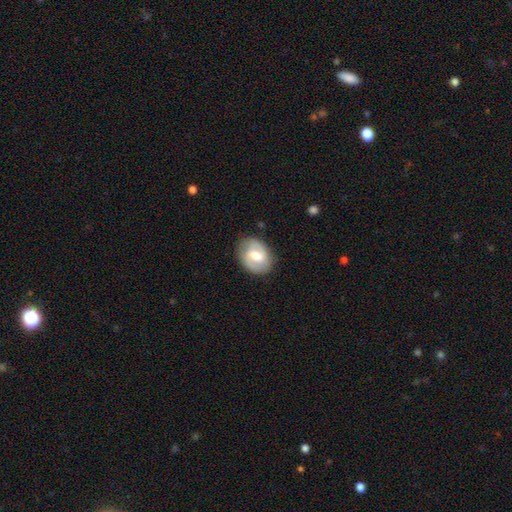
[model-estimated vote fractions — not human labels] This is possibly a featured or disk galaxy (60%). It is clearly not viewed edge-on (97%). Bar: possibly weak (54%). Spiral arm pattern: likely yes (78%). Central bulge: likely moderate (68%). Merging: clearly none (82%).